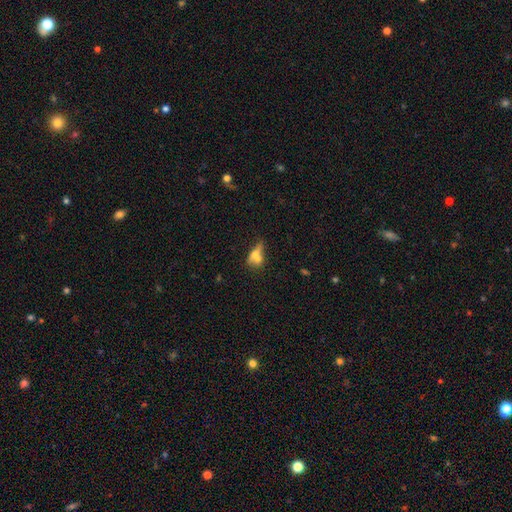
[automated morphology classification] Smooth or featured: smooth — 55% (featured or disk — 33%)
How rounded: in between — 57% (round — 22%)
Merging: merger — 51% (none — 26%)